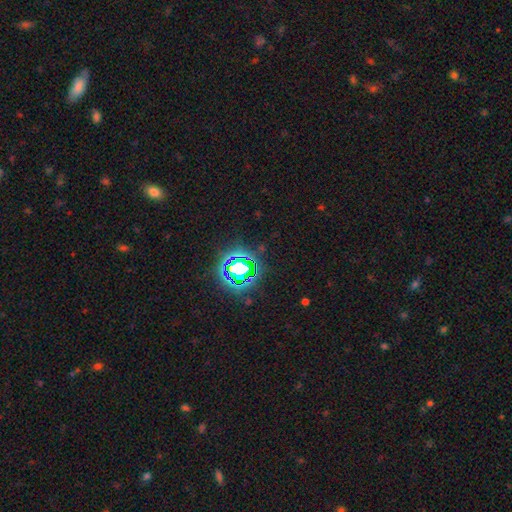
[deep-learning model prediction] star or artifact 80%, smooth 13%, featured or disk 6%.